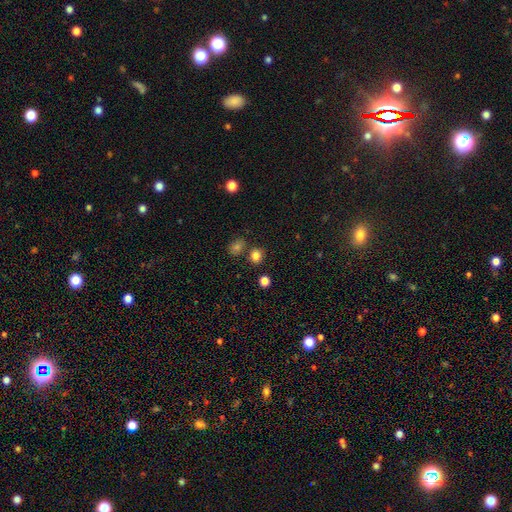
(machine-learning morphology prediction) Q: Smooth or featured?
A: smooth (80%); runner-up: star or artifact (14%)
Q: How rounded?
A: round (74%); runner-up: in between (25%)
Q: Merging?
A: none (75%); runner-up: merger (13%)